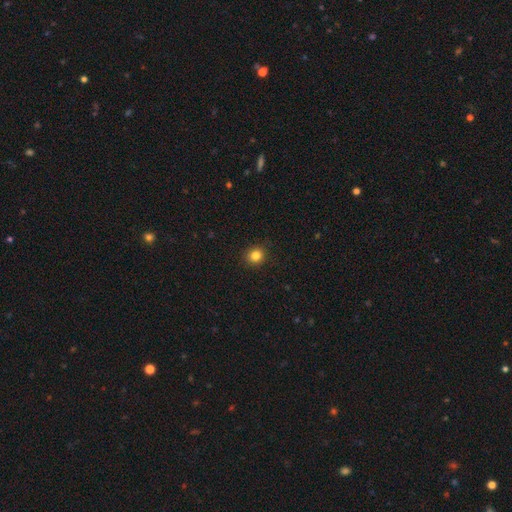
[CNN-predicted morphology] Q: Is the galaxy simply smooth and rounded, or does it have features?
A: smooth — 84%.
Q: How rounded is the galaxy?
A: round — 84%.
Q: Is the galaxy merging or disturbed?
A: none — 91%.